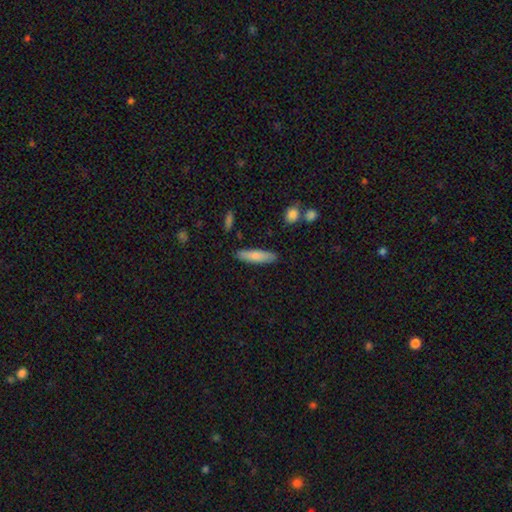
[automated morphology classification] Smooth or featured? smooth (80%)
How rounded? cigar-shaped (70%)
Merging? none (86%)